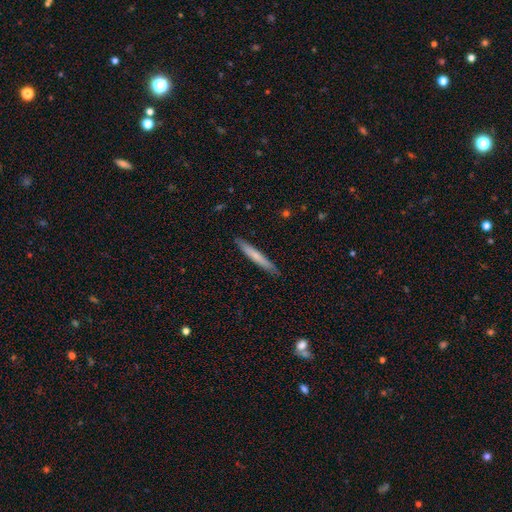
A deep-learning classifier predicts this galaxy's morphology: Smooth or featured? smooth (67%)
How rounded? cigar-shaped (96%)
Merging? none (89%)